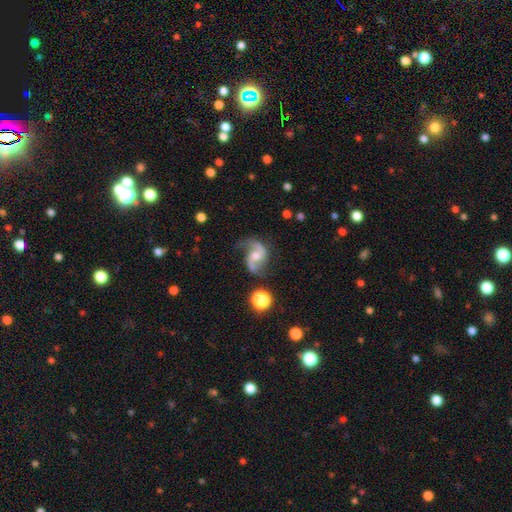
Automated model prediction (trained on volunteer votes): This is clearly a featured or disk galaxy (87%). It is clearly not viewed edge-on (98%). Bar: possibly no (52%). Spiral arm pattern: clearly yes (97%). Spiral arm count: clearly 2 (92%). Spiral winding: possibly loose (59%). Central bulge: possibly moderate (57%). Merging: likely none (71%).